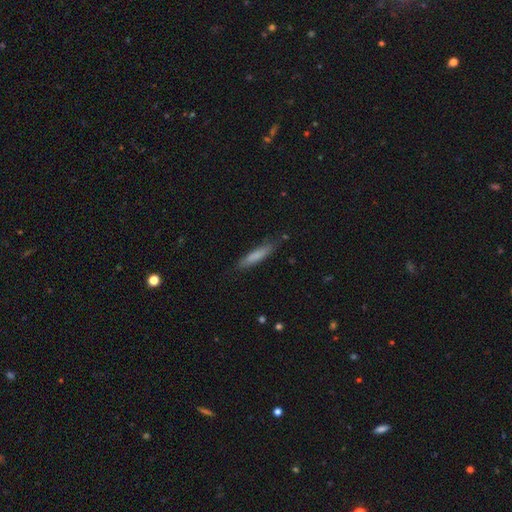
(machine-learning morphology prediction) Overall: smooth (79%). How rounded: cigar-shaped (85%). Merging: none (81%).